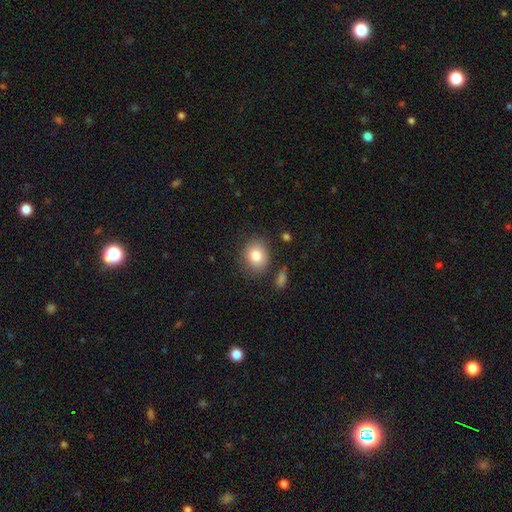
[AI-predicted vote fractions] A smooth galaxy with no disk features (81%) that is round (65%). Merging: none (80%).